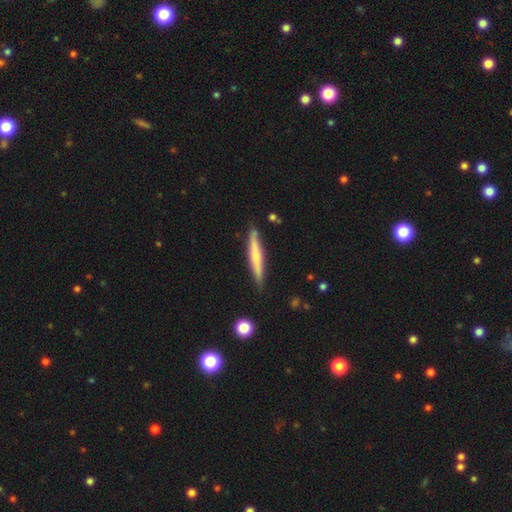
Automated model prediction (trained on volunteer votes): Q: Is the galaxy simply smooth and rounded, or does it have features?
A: smooth — 50%.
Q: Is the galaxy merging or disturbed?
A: none — 86%.